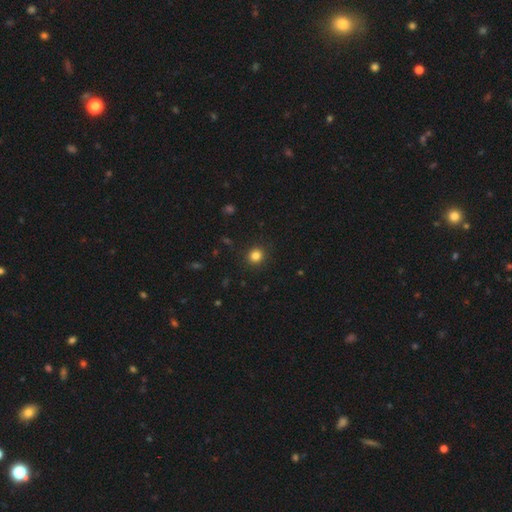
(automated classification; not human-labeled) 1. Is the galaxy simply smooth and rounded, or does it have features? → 83% smooth, 13% star or artifact, 4% featured or disk.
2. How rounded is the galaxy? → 87% round, 12% in between, 1% cigar-shaped.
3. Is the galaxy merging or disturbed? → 90% none, 6% minor disturbance, 2% major disturbance, 1% merger.